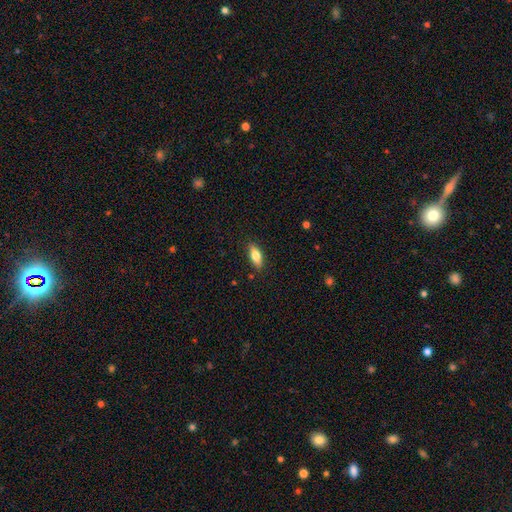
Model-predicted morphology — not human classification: This is likely a smooth galaxy (76%). How rounded: likely in between (76%). Merging: clearly none (86%).